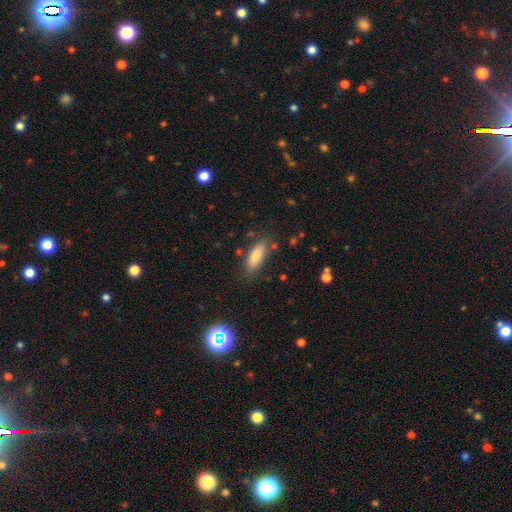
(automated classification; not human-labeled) Q: Smooth or featured?
A: smooth (81%); runner-up: featured or disk (11%)
Q: How rounded?
A: in between (67%); runner-up: cigar-shaped (31%)
Q: Merging?
A: none (81%); runner-up: minor disturbance (13%)